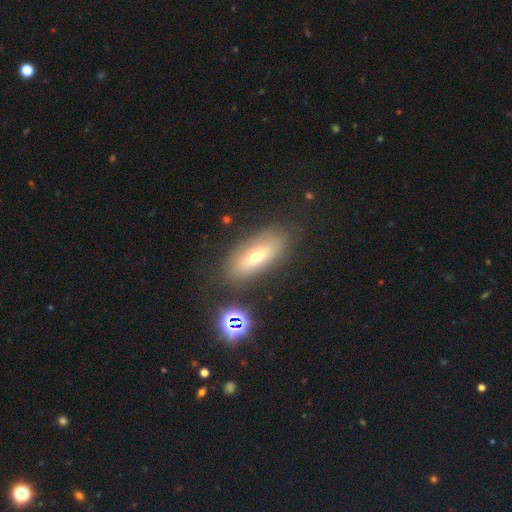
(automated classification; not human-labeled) smooth_or_featured: smooth (p=0.56) [alt: featured or disk p=0.32]
how_rounded: in between (p=0.72) [alt: cigar-shaped p=0.24]
merging: none (p=0.79) [alt: minor disturbance p=0.12]